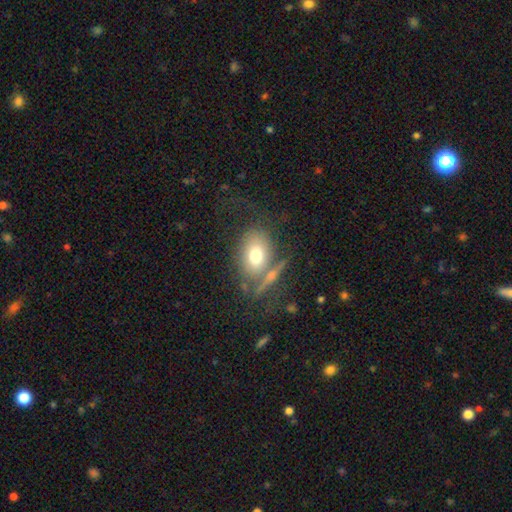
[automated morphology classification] Q: Smooth or featured?
A: smooth (67%); runner-up: featured or disk (23%)
Q: How rounded?
A: in between (75%); runner-up: round (23%)
Q: Merging?
A: none (50%); runner-up: merger (20%)